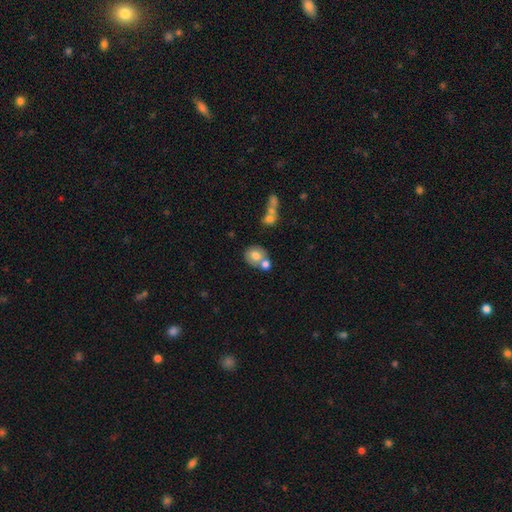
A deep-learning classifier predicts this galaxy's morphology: smooth-or-featured: smooth: 70% | featured or disk: 21% | star or artifact: 9%
  how-rounded: round: 68% | in between: 31% | cigar-shaped: 1%
  merging: none: 44% | merger: 40% | minor disturbance: 12% | major disturbance: 5%